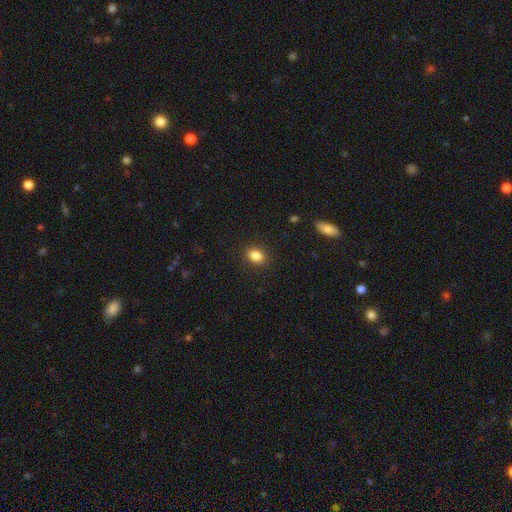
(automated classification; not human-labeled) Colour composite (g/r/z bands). It shows a smooth galaxy with no disk features (85%) that is in between round and cigar-shaped (66%). Merging: none (89%).